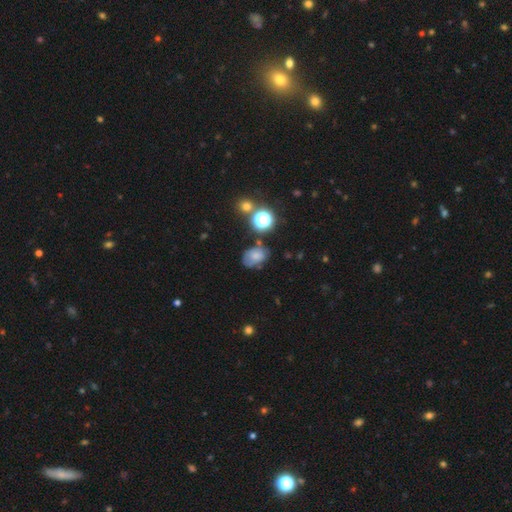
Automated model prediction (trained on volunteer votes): smooth-or-featured: smooth: 63% | featured or disk: 21% | star or artifact: 16%
  how-rounded: in between: 74% | round: 25% | cigar-shaped: 1%
  merging: none: 58% | minor disturbance: 26% | major disturbance: 9% | merger: 7%